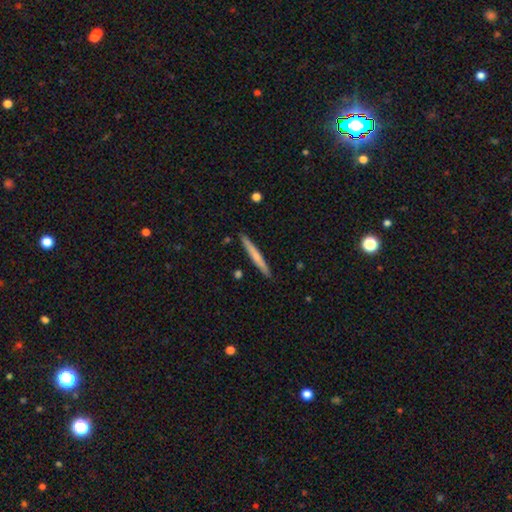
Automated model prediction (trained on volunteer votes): The model was most divided on "smooth or featured": smooth: 60%, featured or disk: 35%, star or artifact: 5%. More confident: how rounded — cigar-shaped (97%); merging — none (91%).